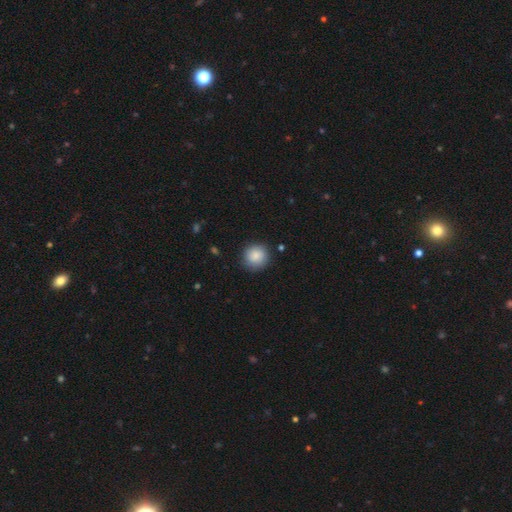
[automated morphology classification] Smooth or featured?
  - smooth: 87% *
  - star or artifact: 7%
  - featured or disk: 6%
How rounded?
  - round: 91% *
  - in between: 8%
  - cigar-shaped: 1%
Merging?
  - none: 85% *
  - minor disturbance: 11%
  - major disturbance: 3%
  - merger: 1%